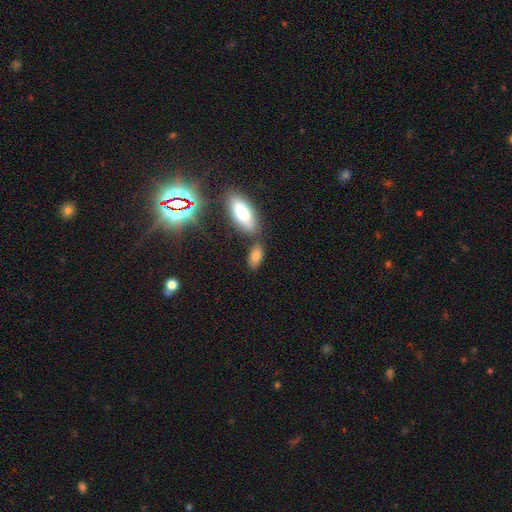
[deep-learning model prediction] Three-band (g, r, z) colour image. It shows a smooth galaxy with no disk features (80%) that is in between round and cigar-shaped (86%). Merging: none (65%).